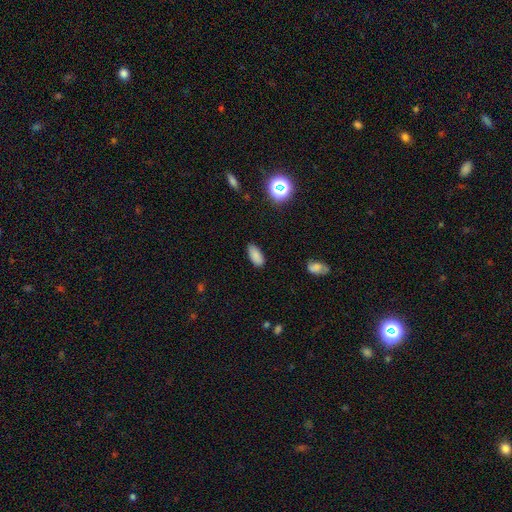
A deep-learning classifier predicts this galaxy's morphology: smooth-or-featured: smooth: 85% | star or artifact: 10% | featured or disk: 5%
  how-rounded: in between: 90% | cigar-shaped: 8% | round: 3%
  merging: none: 86% | minor disturbance: 10% | major disturbance: 2% | merger: 1%